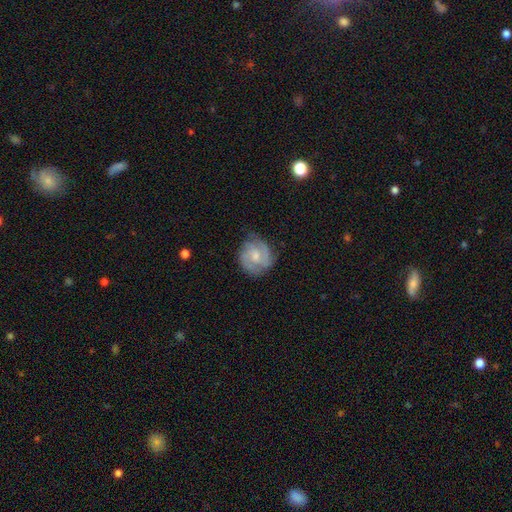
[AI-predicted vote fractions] This appears to be a featured or disk galaxy (72%) with no bar (53%), 2 (54%) tight (50%) spiral arms (93%) and a moderate central bulge (48%). Merging: none (71%).